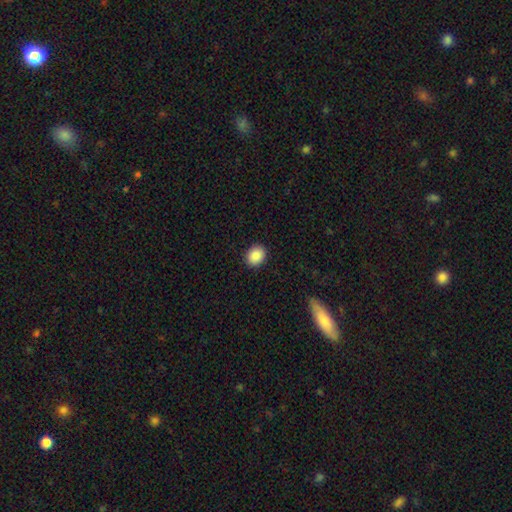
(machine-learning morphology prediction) A smooth galaxy with no disk features (89%) that is round (55%). Merging: none (90%).